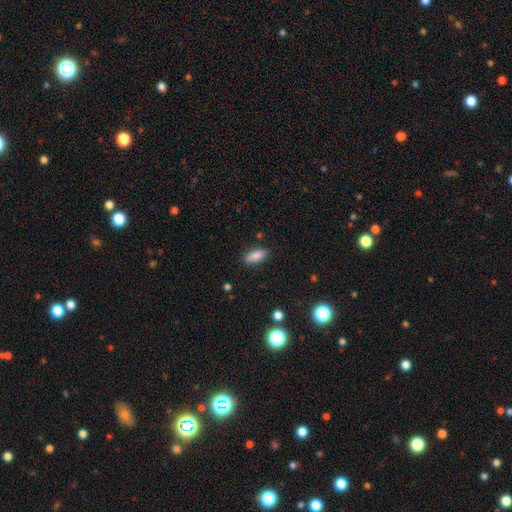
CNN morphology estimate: This is clearly a smooth galaxy (84%). How rounded: likely in between (78%). Merging: clearly none (86%).